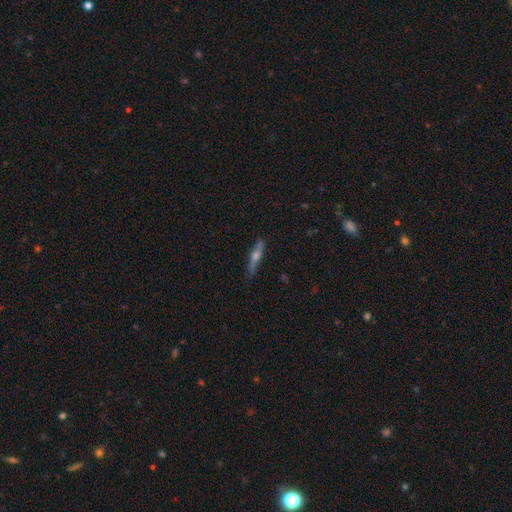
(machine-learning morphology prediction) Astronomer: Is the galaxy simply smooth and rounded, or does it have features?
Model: featured or disk — 59% (runner-up: smooth, 34%).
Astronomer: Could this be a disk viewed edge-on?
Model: yes — 93%.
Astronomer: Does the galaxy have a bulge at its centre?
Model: rounded — 88%.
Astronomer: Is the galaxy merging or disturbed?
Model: none — 80%.